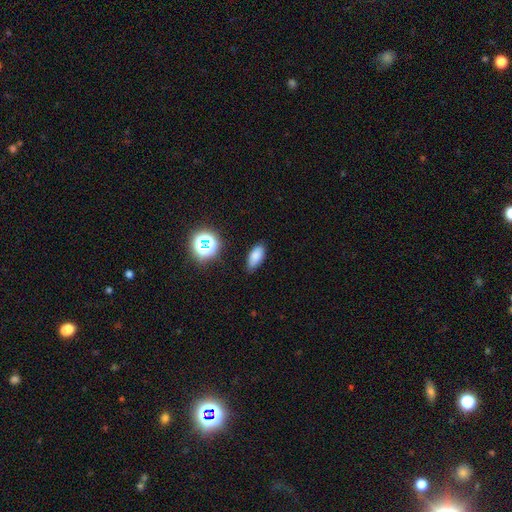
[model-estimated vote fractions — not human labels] smooth 79%, star or artifact 13%, featured or disk 8%. Down the decision tree: how rounded — in between (86%); merging — none (82%).